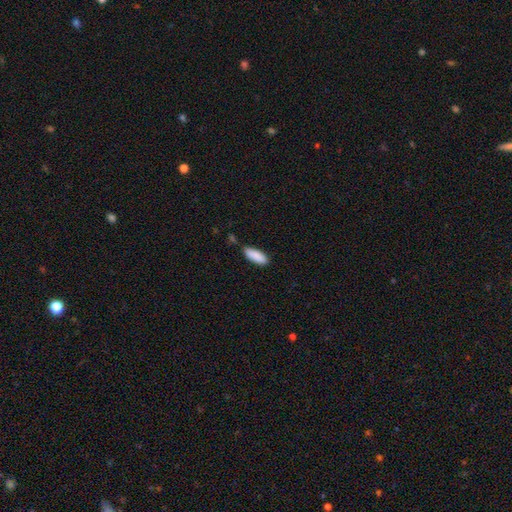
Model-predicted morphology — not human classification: This is clearly a smooth galaxy (89%). How rounded: likely in between (68%). Merging: likely none (74%).